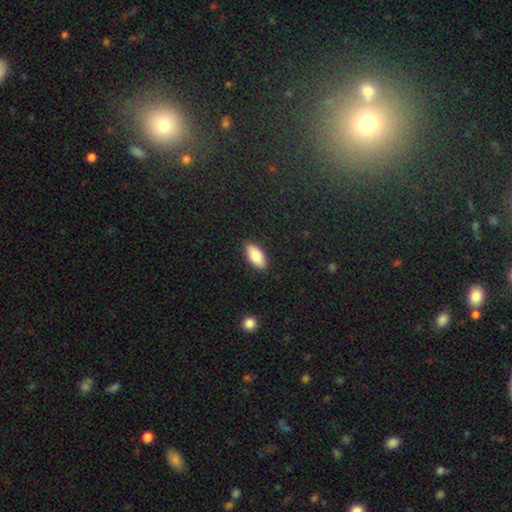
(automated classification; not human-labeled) Morphology: type=smooth (83%); roundness=in between (91%); merging=none (88%).